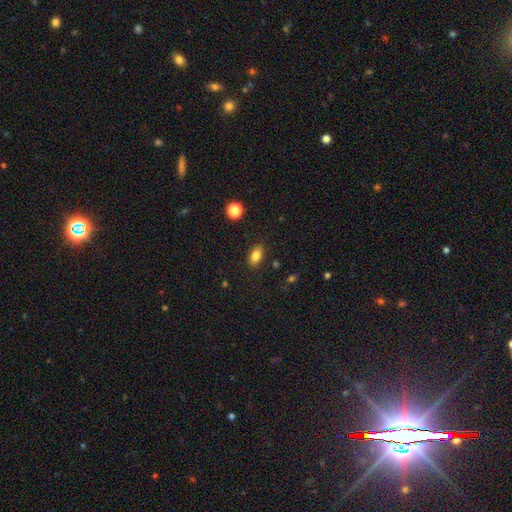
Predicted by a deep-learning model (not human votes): Smooth or featured? Predicted: smooth (p=0.82). How rounded? Predicted: in between (p=0.87). Merging? Predicted: none (p=0.86).